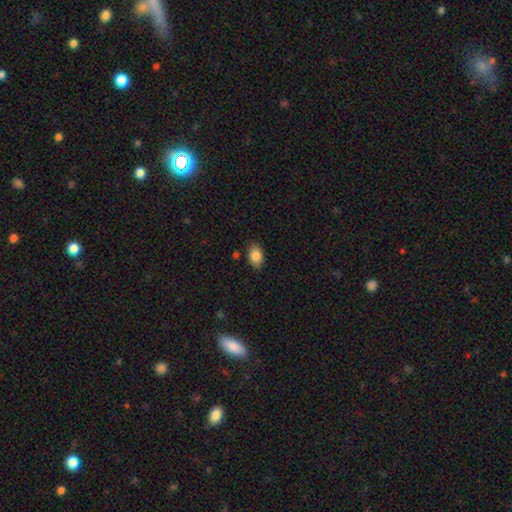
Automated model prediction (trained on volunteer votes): This appears to be a smooth galaxy with no disk features (85%) that is in between round and cigar-shaped (84%). Merging: none (84%).